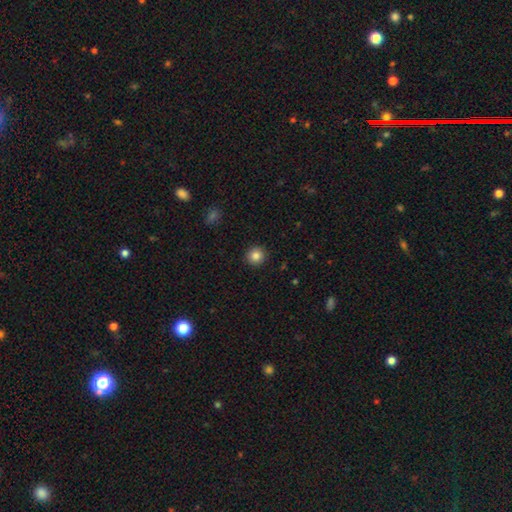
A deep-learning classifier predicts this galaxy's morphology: smooth-or-featured: smooth: 84% | star or artifact: 10% | featured or disk: 6%
  how-rounded: round: 94% | in between: 5% | cigar-shaped: 1%
  merging: none: 92% | minor disturbance: 5% | major disturbance: 2% | merger: 1%